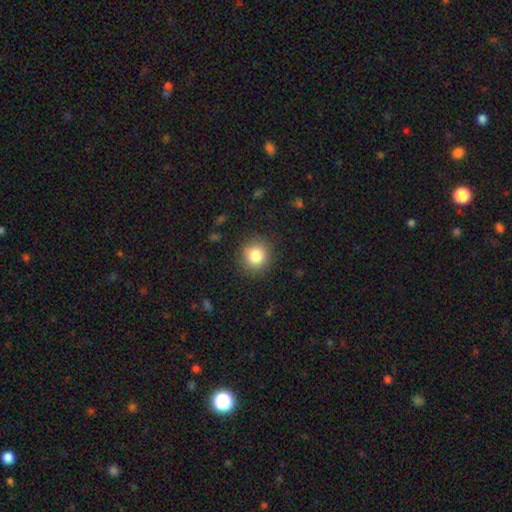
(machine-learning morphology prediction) type=smooth (83%); roundness=round (89%); merging=none (87%).